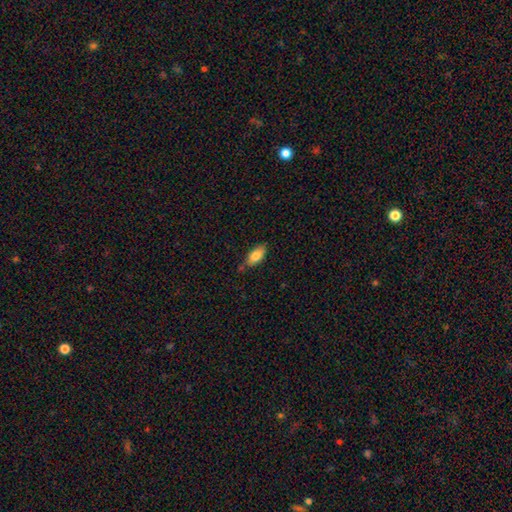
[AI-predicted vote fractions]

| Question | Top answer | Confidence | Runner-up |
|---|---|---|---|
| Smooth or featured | smooth | 82% | featured or disk (11%) |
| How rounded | in between | 87% | cigar-shaped (11%) |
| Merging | none | 70% | minor disturbance (22%) |